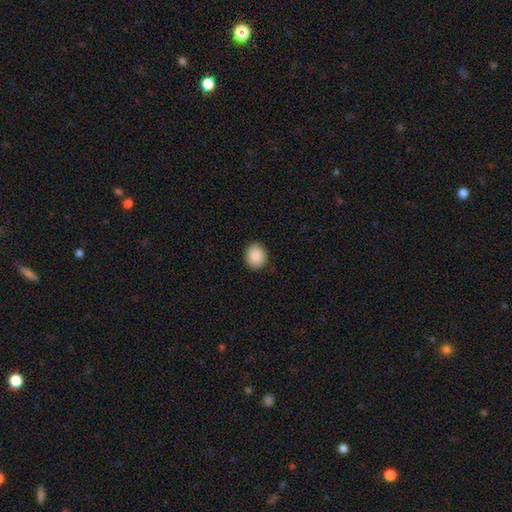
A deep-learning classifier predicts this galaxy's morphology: type=smooth (89%); roundness=round (67%); merging=none (89%).